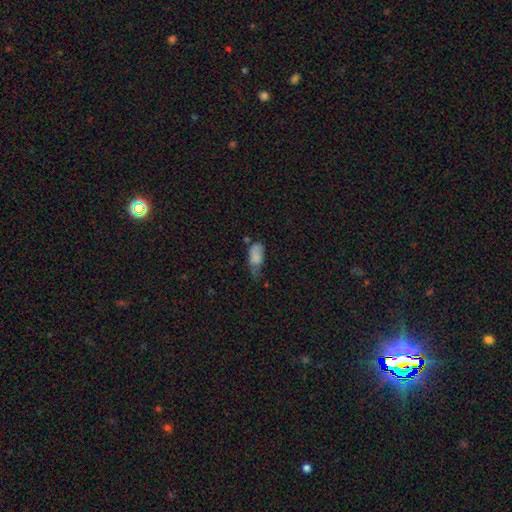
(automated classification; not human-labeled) Smooth or featured: smooth — 77% (featured or disk — 14%)
How rounded: in between — 90% (cigar-shaped — 6%)
Merging: minor disturbance — 40% (none — 27%)